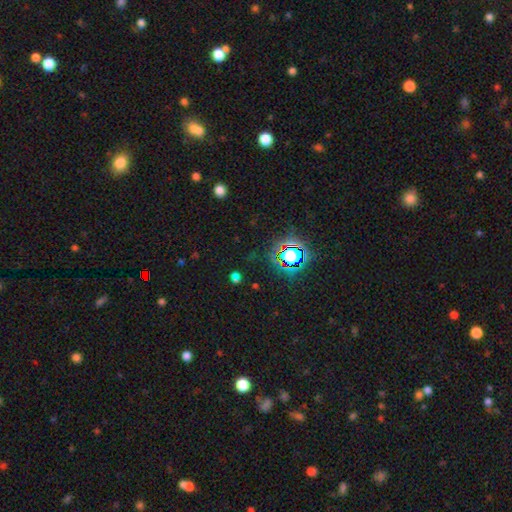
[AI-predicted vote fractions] Smooth or featured?
  - star or artifact: 77% *
  - smooth: 15%
  - featured or disk: 8%